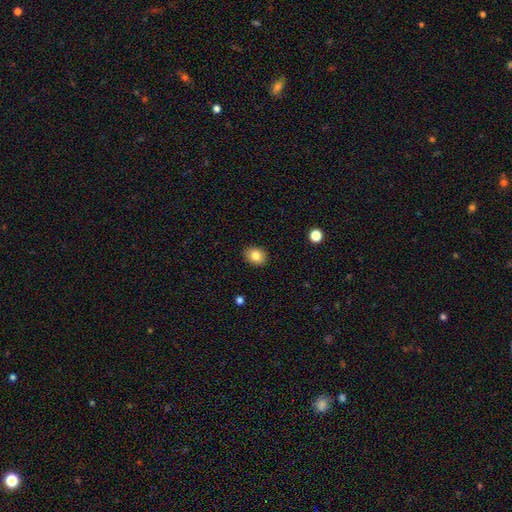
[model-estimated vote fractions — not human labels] Smooth or featured? smooth (83%)
How rounded? in between (51%)
Merging? none (88%)